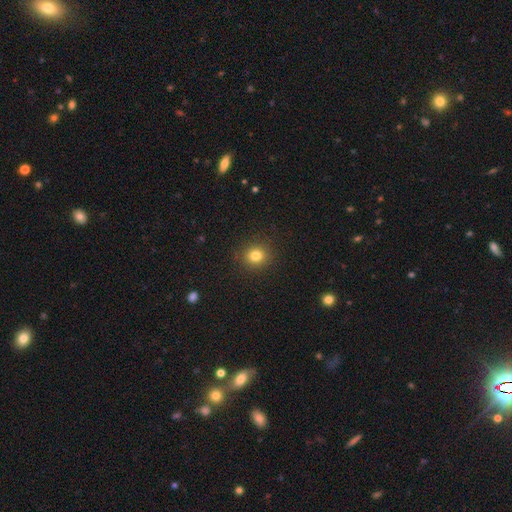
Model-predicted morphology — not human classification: This is clearly a smooth galaxy (81%). How rounded: clearly round (86%). Merging: clearly none (90%).